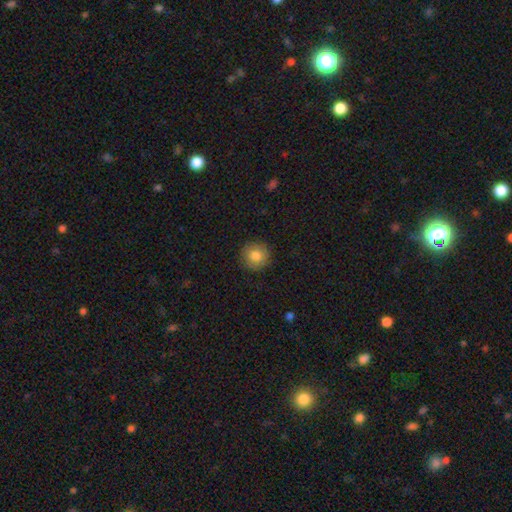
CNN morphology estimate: This appears to be a smooth galaxy with no disk features (82%) that is round (94%). Merging: none (90%).